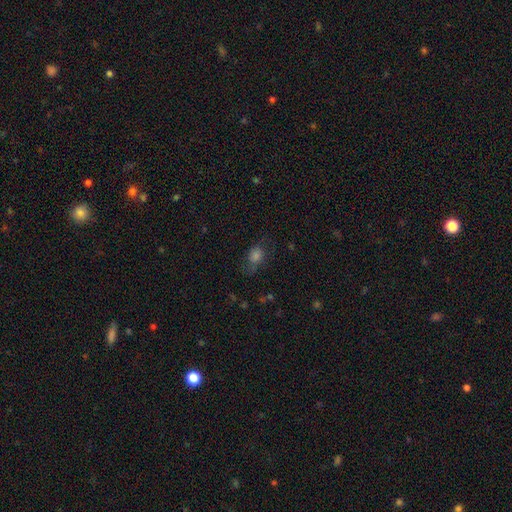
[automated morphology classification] smooth-or-featured: smooth: 59% | star or artifact: 21% | featured or disk: 20%
  how-rounded: in between: 59% | round: 38% | cigar-shaped: 2%
  merging: none: 60% | minor disturbance: 22% | major disturbance: 17% | merger: 2%